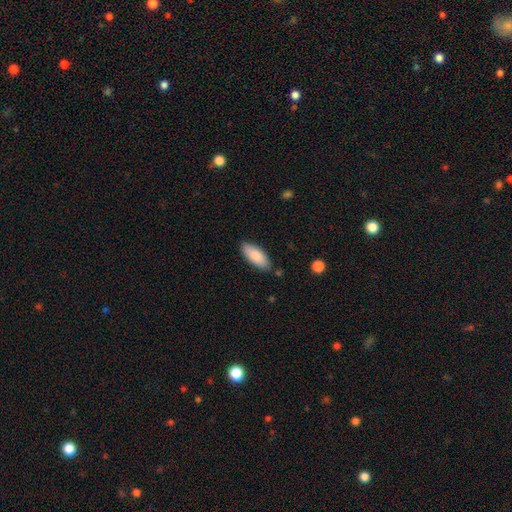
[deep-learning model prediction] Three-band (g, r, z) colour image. It shows a smooth galaxy with no disk features (87%) that is in between round and cigar-shaped (83%). Merging: none (84%).